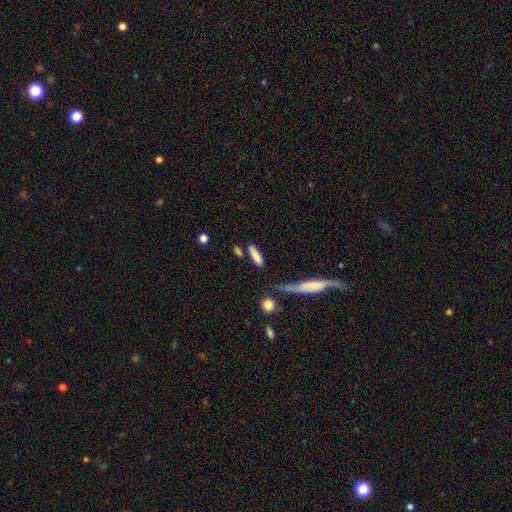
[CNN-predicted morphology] Q: Smooth or featured?
A: smooth (82%); runner-up: featured or disk (11%)
Q: How rounded?
A: cigar-shaped (62%); runner-up: in between (36%)
Q: Merging?
A: none (68%); runner-up: minor disturbance (15%)